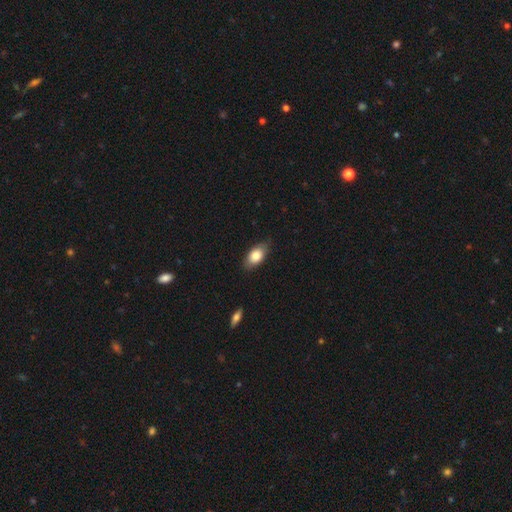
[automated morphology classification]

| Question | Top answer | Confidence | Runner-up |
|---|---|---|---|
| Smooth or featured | smooth | 82% | featured or disk (11%) |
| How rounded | in between | 89% | round (7%) |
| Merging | none | 79% | minor disturbance (17%) |